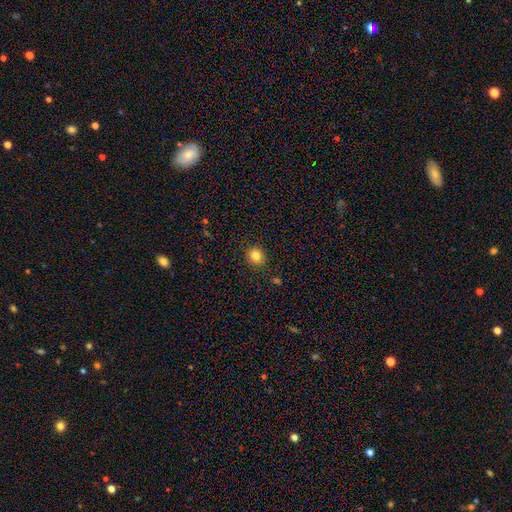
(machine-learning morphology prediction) This appears to be a smooth galaxy with no disk features (83%) that is round (74%). Merging: none (87%).